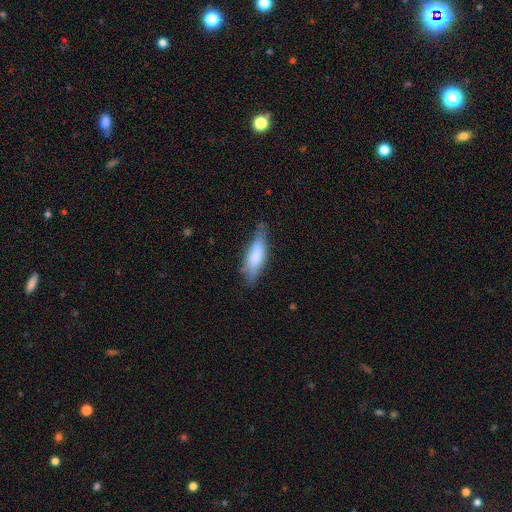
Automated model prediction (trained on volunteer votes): This is likely a smooth galaxy (69%). How rounded: possibly in between (49%, tied with cigar-shaped). Merging: likely none (63%).